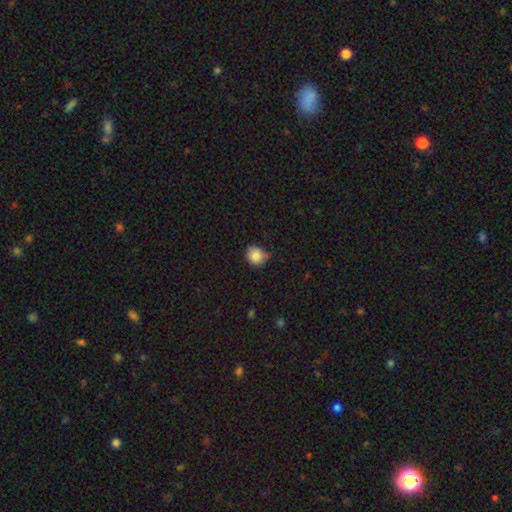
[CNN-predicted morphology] Smooth or featured?
  - smooth: 86% *
  - star or artifact: 9%
  - featured or disk: 6%
How rounded?
  - round: 79% *
  - in between: 20%
  - cigar-shaped: 1%
Merging?
  - none: 59% *
  - minor disturbance: 34%
  - major disturbance: 5%
  - merger: 1%